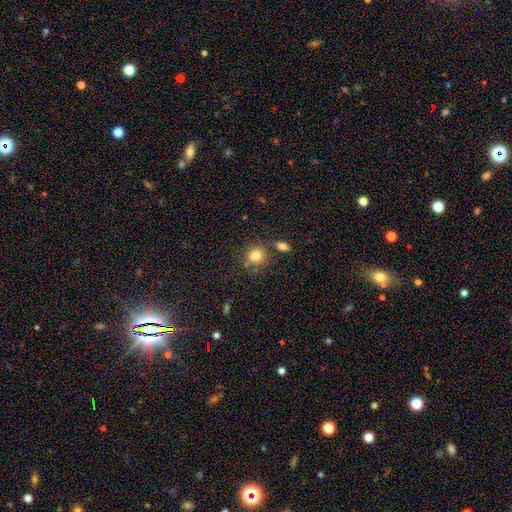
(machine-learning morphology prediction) smooth 81%, star or artifact 11%, featured or disk 8%. Down the decision tree: how rounded — round (82%); merging — none (68%).